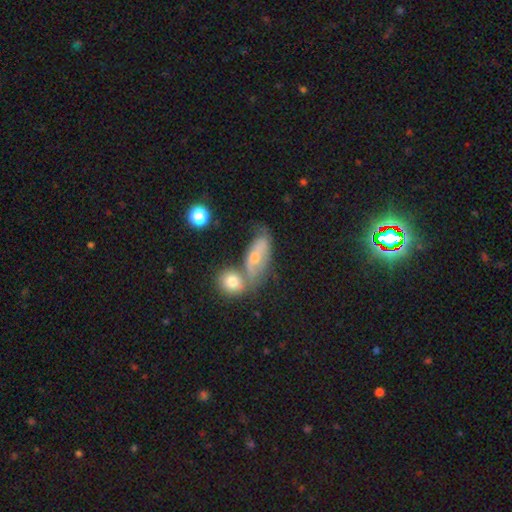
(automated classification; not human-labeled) Smooth or featured? smooth (47%)
Merging? merger (37%, tied with none)